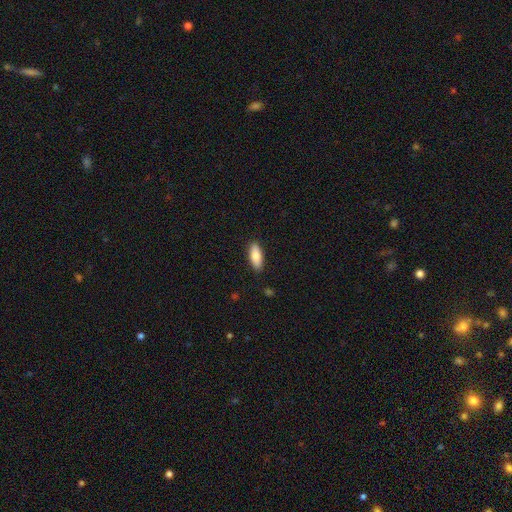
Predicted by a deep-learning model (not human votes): Smooth or featured: smooth — 81% (featured or disk — 12%)
How rounded: in between — 75% (cigar-shaped — 22%)
Merging: none — 88% (minor disturbance — 9%)